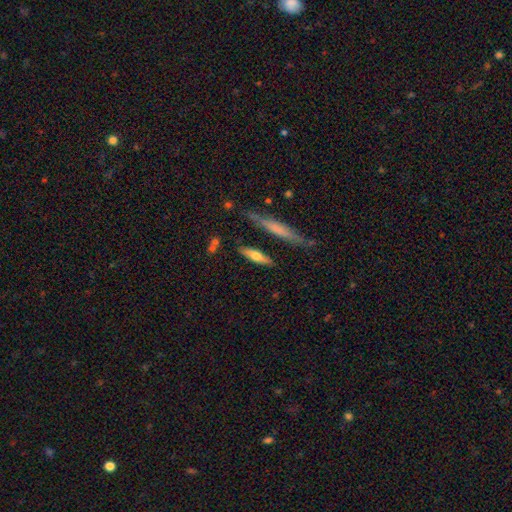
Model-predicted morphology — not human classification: Smooth or featured? smooth (60%)
How rounded? cigar-shaped (68%)
Merging? none (77%)